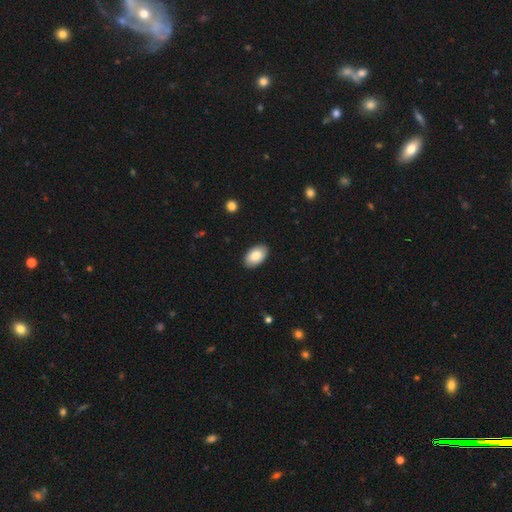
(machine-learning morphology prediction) This is clearly a smooth galaxy (86%). How rounded: clearly in between (94%). Merging: clearly none (89%).